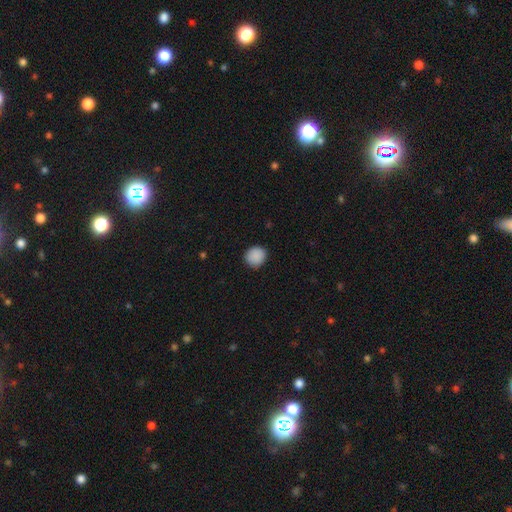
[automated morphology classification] type=smooth (89%); roundness=round (84%); merging=none (88%).